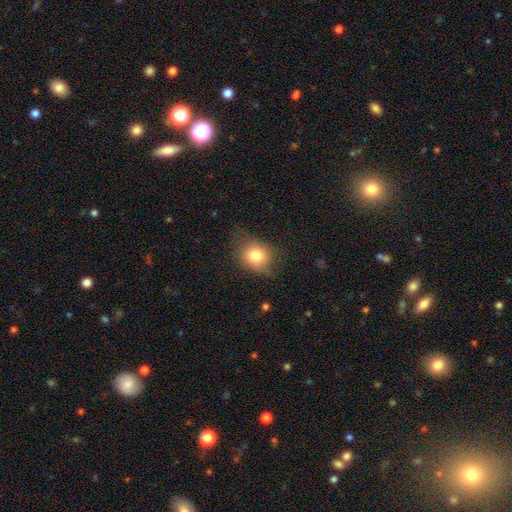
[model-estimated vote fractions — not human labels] smooth 77%, featured or disk 13%, star or artifact 10%. Down the decision tree: how rounded — round (57%); merging — none (59%).